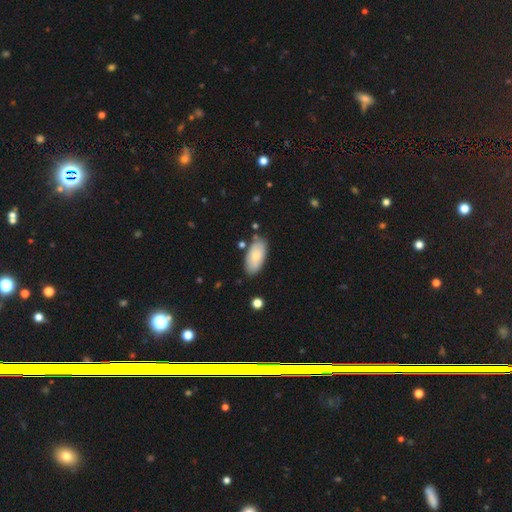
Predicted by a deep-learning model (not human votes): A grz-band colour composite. It shows a smooth galaxy with no disk features (73%) that is in between round and cigar-shaped (93%). Merging: none (78%).